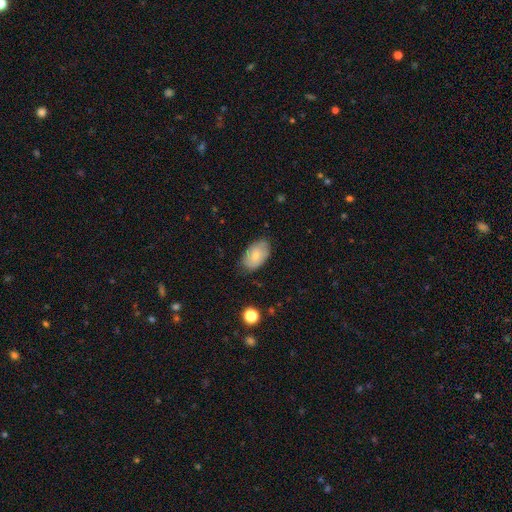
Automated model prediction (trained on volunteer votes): This is likely a smooth galaxy (71%). How rounded: clearly in between (92%). Merging: likely none (75%).